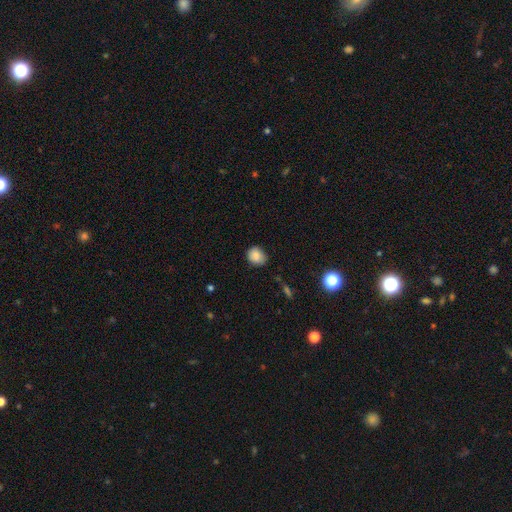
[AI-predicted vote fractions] This appears to be a smooth galaxy with no disk features (86%) that is round (63%). Merging: none (77%).